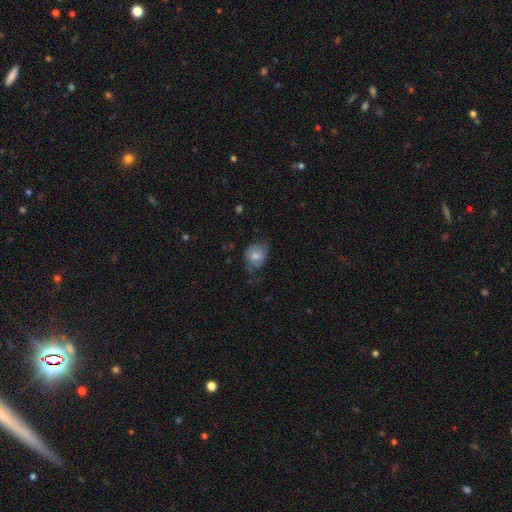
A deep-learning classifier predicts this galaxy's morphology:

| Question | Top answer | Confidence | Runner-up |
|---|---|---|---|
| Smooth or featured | smooth | 62% | featured or disk (30%) |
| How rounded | round | 55% | in between (44%) |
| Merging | none | 44% | minor disturbance (32%) |